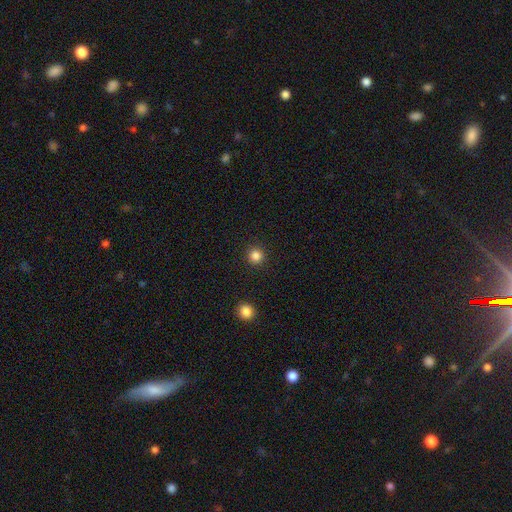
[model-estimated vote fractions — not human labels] Smooth or featured?
  - smooth: 84% *
  - star or artifact: 12%
  - featured or disk: 3%
How rounded?
  - round: 95% *
  - in between: 4%
  - cigar-shaped: 1%
Merging?
  - none: 92% *
  - minor disturbance: 4%
  - major disturbance: 2%
  - merger: 1%